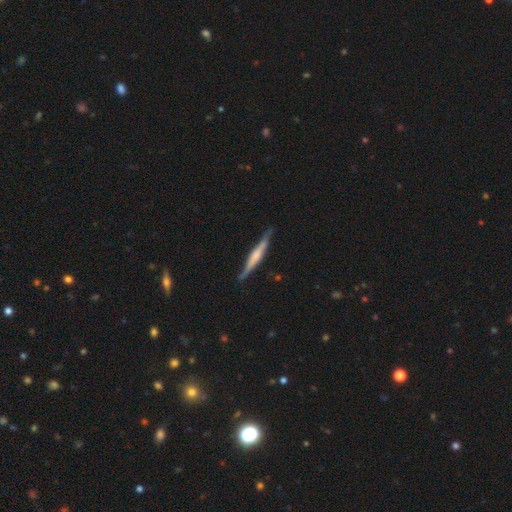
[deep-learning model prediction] This is likely a featured or disk galaxy (64%). It is clearly viewed edge-on (96%). Edge-on bulge: possibly rounded (46%). Merging: clearly none (84%).